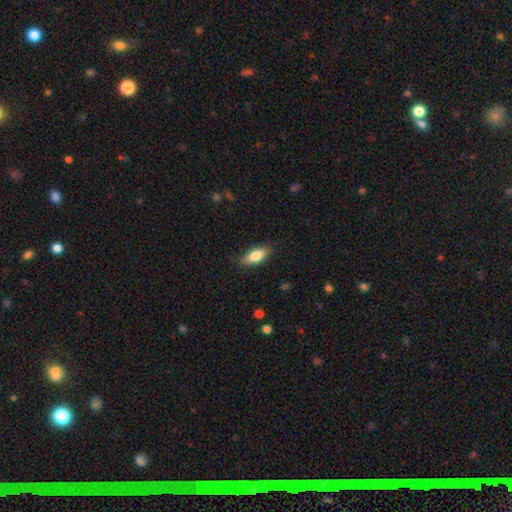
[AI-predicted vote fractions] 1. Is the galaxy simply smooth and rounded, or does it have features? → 81% smooth, 13% featured or disk, 7% star or artifact.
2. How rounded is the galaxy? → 81% in between, 17% cigar-shaped, 3% round.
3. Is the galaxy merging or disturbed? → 84% none, 13% minor disturbance, 2% major disturbance, 1% merger.